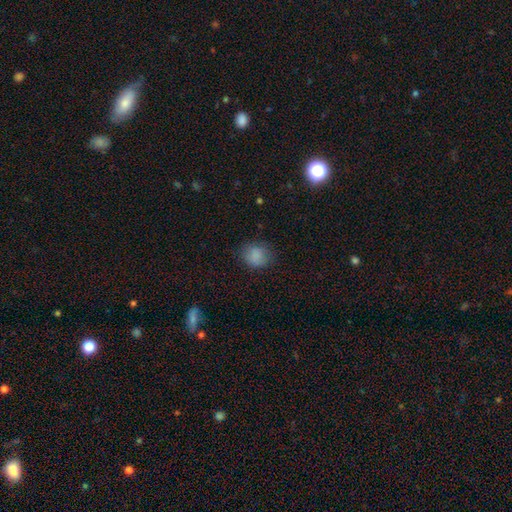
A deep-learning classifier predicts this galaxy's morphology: The model was most divided on "how rounded": round: 77%, in between: 22%, cigar-shaped: 1%. More confident: smooth or featured — smooth (85%); merging — none (79%).